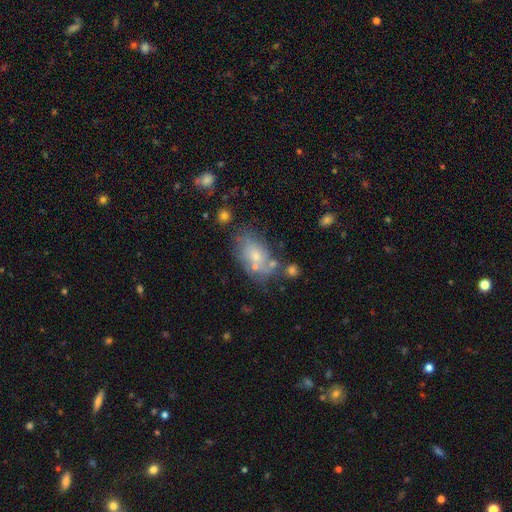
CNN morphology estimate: A smooth galaxy with no disk features (48%).

Vote fractions:
- Smooth or featured? smooth: 48% / featured or disk: 38% / star or artifact: 13%
- Merging? none: 53% / minor disturbance: 22% / merger: 14% / major disturbance: 10%